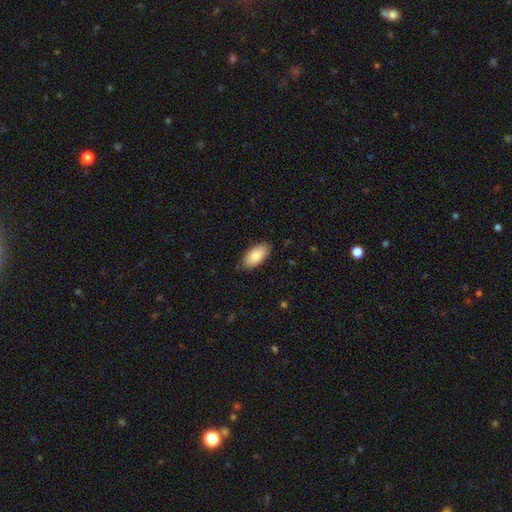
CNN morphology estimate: type=smooth (86%); roundness=in between (94%); merging=none (86%).